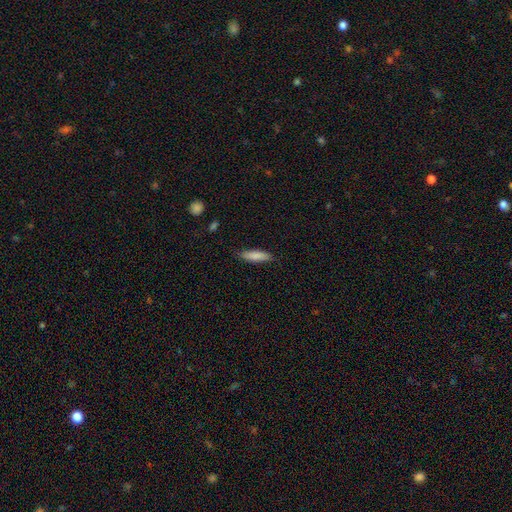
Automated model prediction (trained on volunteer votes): A smooth galaxy with no disk features (84%) that is cigar-shaped (65%). Merging: none (82%).